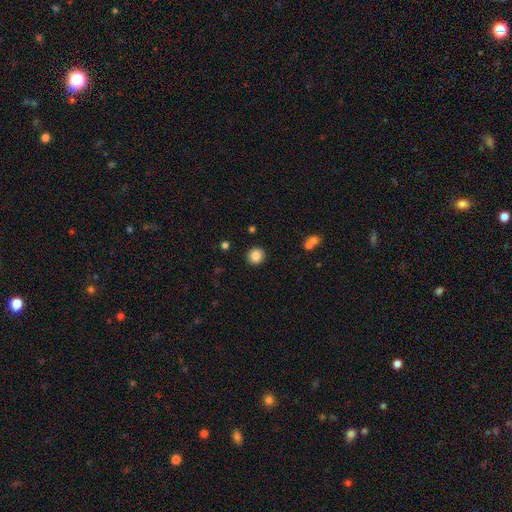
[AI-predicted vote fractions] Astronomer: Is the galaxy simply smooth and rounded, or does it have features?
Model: smooth — 86%.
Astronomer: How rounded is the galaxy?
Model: round — 89%.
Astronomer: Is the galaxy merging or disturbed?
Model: none — 90%.